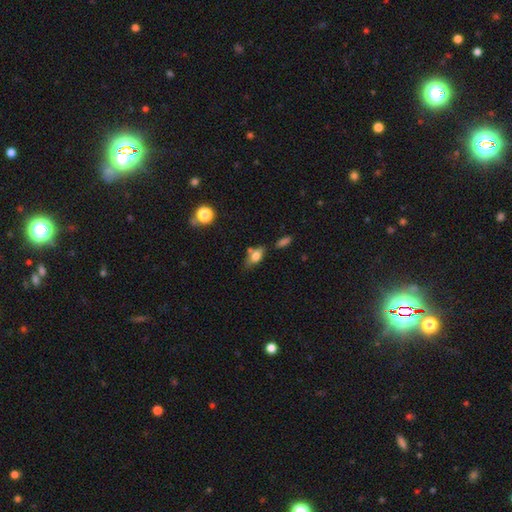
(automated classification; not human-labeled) Smooth or featured?
  - smooth: 70% *
  - featured or disk: 20%
  - star or artifact: 10%
How rounded?
  - in between: 82% *
  - cigar-shaped: 11%
  - round: 7%
Merging?
  - none: 52% *
  - minor disturbance: 22%
  - merger: 19%
  - major disturbance: 7%